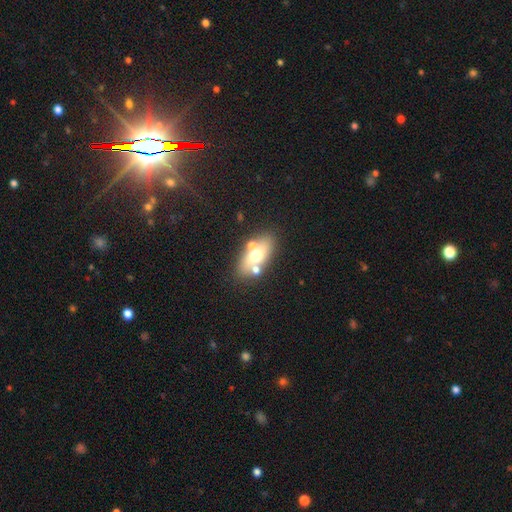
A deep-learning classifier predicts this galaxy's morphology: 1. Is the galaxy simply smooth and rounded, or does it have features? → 52% smooth, 38% featured or disk, 10% star or artifact.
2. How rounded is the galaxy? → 78% in between, 11% cigar-shaped, 11% round.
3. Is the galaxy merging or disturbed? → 65% none, 19% merger, 11% minor disturbance, 5% major disturbance.